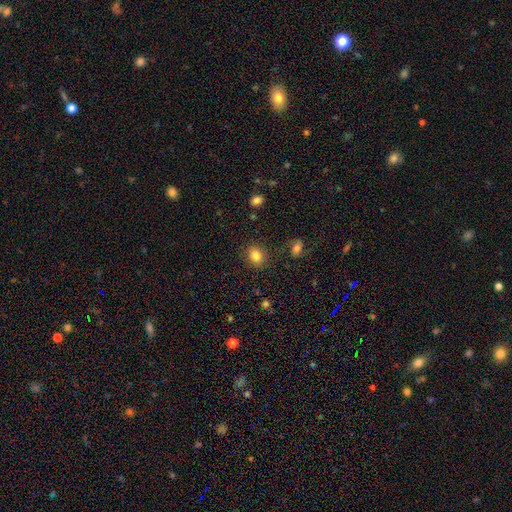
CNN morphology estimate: This is clearly a smooth galaxy (83%). How rounded: possibly round (59%). Merging: clearly none (86%).